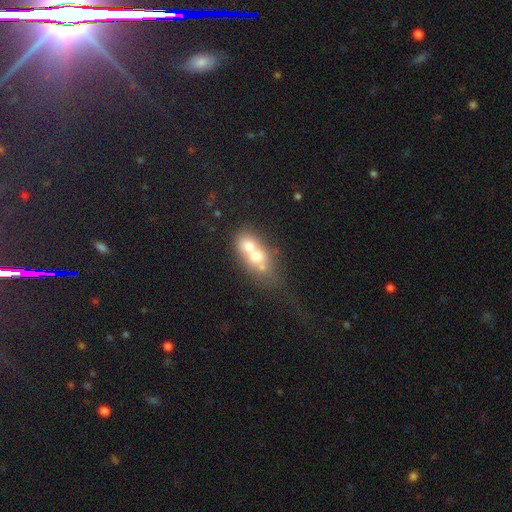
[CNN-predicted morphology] Smooth or featured: smooth — 55% (featured or disk — 34%)
How rounded: in between — 54% (round — 39%)
Merging: merger — 73% (none — 15%)